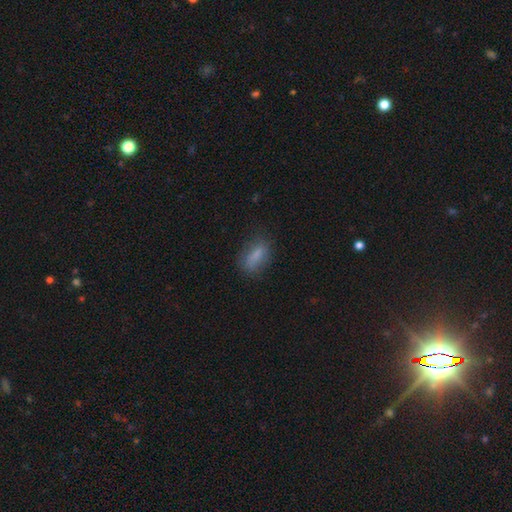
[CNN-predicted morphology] type=smooth (78%); roundness=in between (76%); merging=none (70%).